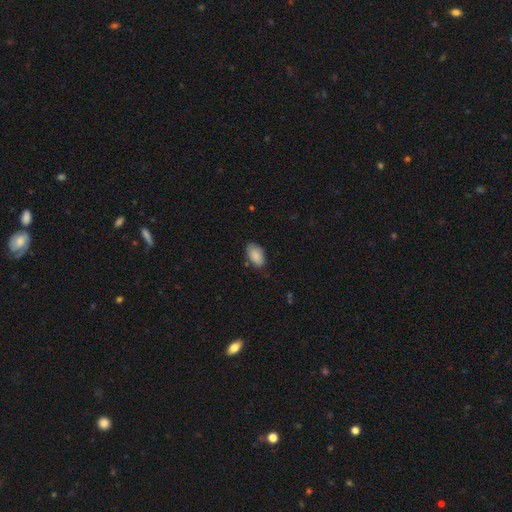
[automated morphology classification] This is clearly a smooth galaxy (87%). How rounded: clearly in between (94%). Merging: likely none (74%).